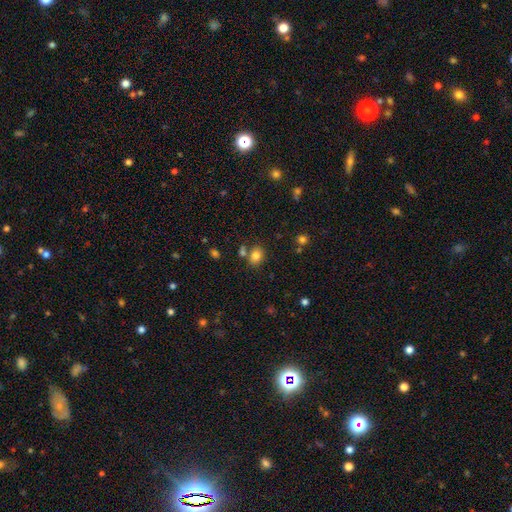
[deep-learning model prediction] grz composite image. It shows a smooth galaxy with no disk features (82%) that is in between round and cigar-shaped (53%). Merging: none (71%).